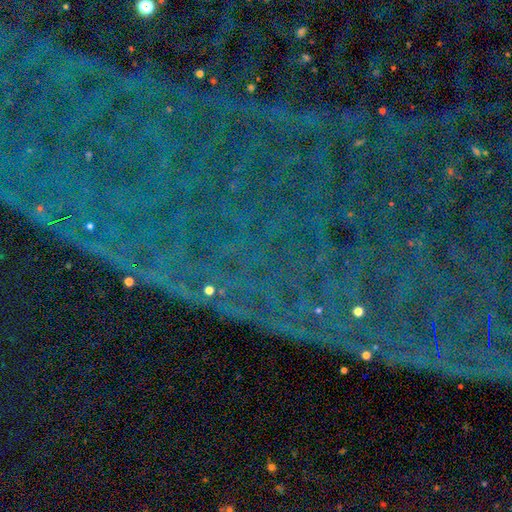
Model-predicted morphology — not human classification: Overall: star or artifact (87%).